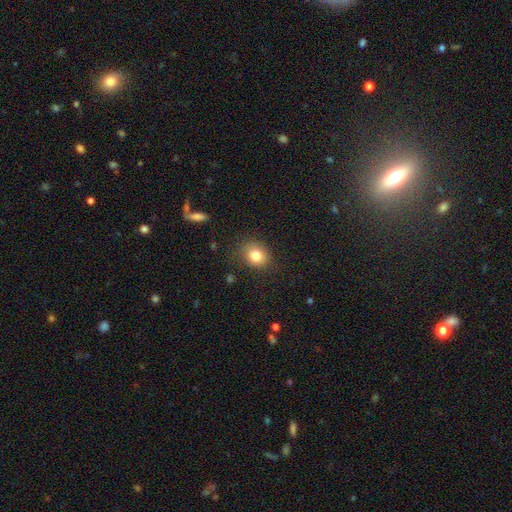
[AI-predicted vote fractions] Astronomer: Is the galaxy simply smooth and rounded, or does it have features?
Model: smooth — 81%.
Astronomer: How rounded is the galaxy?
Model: round — 65%.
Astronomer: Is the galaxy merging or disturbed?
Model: none — 80%.